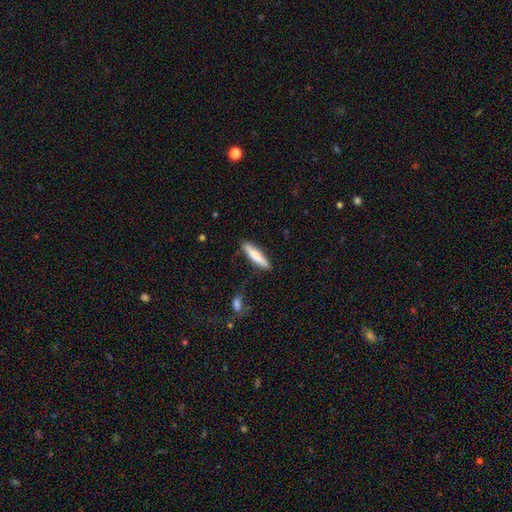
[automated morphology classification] This is likely a smooth galaxy (76%). How rounded: clearly cigar-shaped (80%). Merging: clearly none (82%).